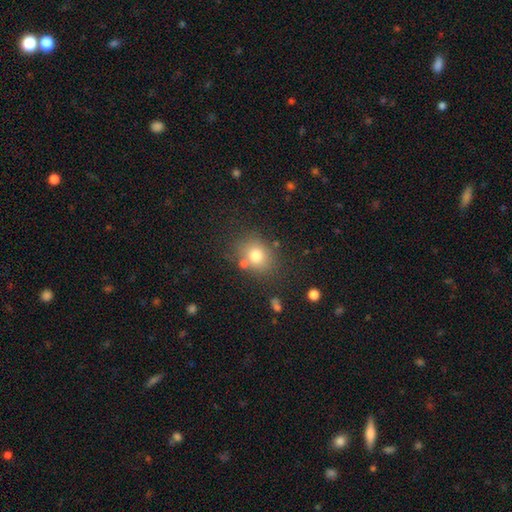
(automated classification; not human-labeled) A smooth galaxy with no disk features (76%) that is round (60%).

Vote fractions:
- Smooth or featured? smooth: 76% / star or artifact: 13% / featured or disk: 11%
- How rounded? round: 60% / in between: 39% / cigar-shaped: 1%
- Merging? none: 73% / minor disturbance: 13% / merger: 9% / major disturbance: 5%